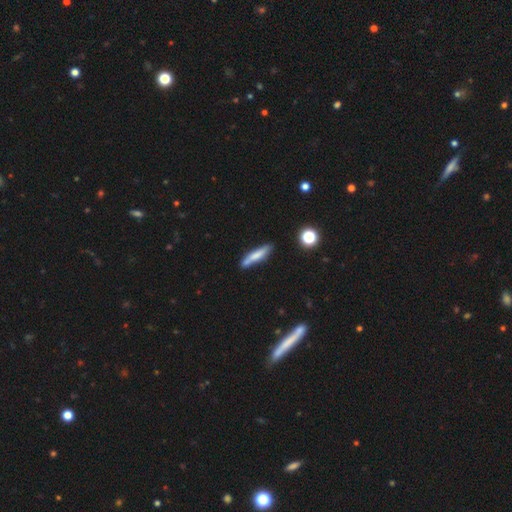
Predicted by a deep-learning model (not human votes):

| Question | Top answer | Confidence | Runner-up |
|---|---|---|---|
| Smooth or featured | smooth | 64% | featured or disk (28%) |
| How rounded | cigar-shaped | 88% | in between (11%) |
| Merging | none | 75% | minor disturbance (16%) |